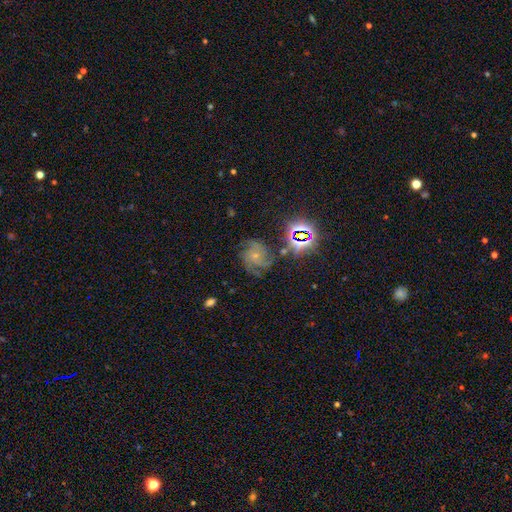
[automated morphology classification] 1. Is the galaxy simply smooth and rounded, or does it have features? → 73% featured or disk, 17% star or artifact, 10% smooth.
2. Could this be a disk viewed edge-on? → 98% no, 2% yes.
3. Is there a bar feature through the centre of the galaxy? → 79% no, 17% weak, 4% strong.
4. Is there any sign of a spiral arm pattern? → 97% yes, 3% no.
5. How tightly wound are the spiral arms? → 45% tight (tied), 45% medium (tied), 10% loose.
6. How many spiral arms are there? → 49% 3, 20% 4, 11% can't tell, 10% 2, 5% more than 4, 4% 1.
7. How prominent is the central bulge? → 71% small, 22% moderate, 4% none, 1% large, 1% dominant.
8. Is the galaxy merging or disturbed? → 68% none, 19% minor disturbance, 10% major disturbance, 3% merger.